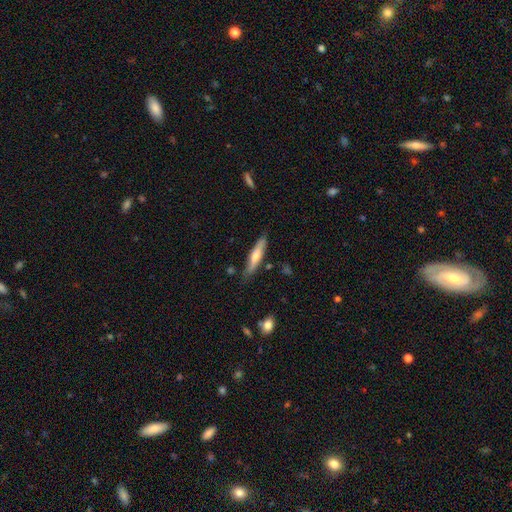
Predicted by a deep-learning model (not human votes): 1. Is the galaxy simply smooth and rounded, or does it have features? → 52% smooth, 42% featured or disk, 6% star or artifact.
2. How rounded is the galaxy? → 87% cigar-shaped, 11% in between, 1% round.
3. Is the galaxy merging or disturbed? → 81% none, 14% minor disturbance, 2% major disturbance, 2% merger.